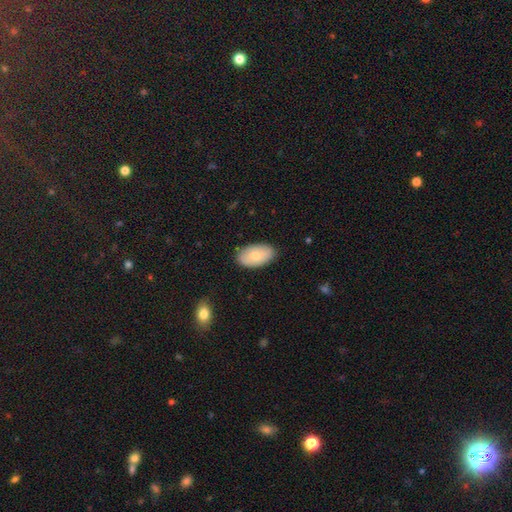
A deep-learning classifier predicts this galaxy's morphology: Smooth or featured?
  - smooth: 75% *
  - featured or disk: 19%
  - star or artifact: 6%
How rounded?
  - in between: 94% *
  - round: 4%
  - cigar-shaped: 1%
Merging?
  - none: 85% *
  - minor disturbance: 12%
  - major disturbance: 2%
  - merger: 1%